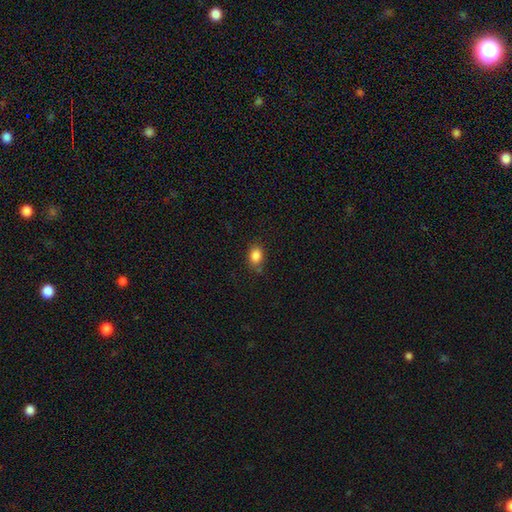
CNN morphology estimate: The model was most divided on "how rounded": in between: 66%, round: 32%, cigar-shaped: 1%. More confident: smooth or featured — smooth (85%); merging — none (77%).